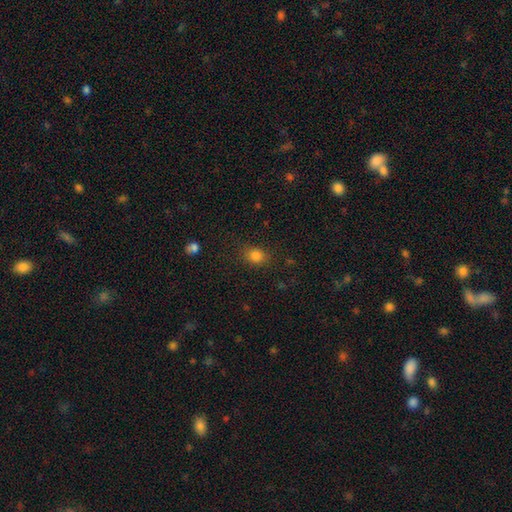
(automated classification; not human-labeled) smooth 82%, star or artifact 12%, featured or disk 5%. Down the decision tree: how rounded — round (55%); merging — none (84%).